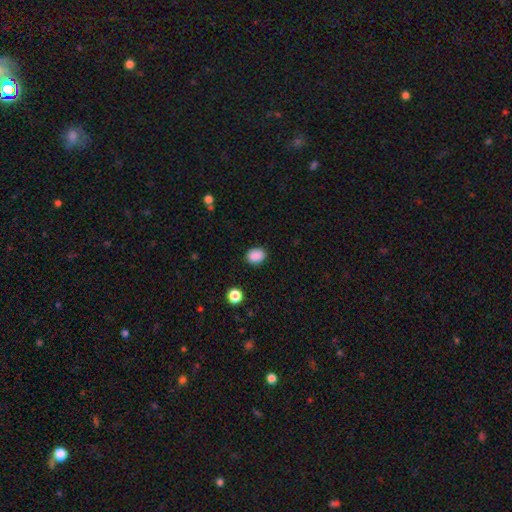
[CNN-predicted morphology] This appears to be a smooth galaxy with no disk features (88%) that is in between round and cigar-shaped (54%). Merging: none (86%).